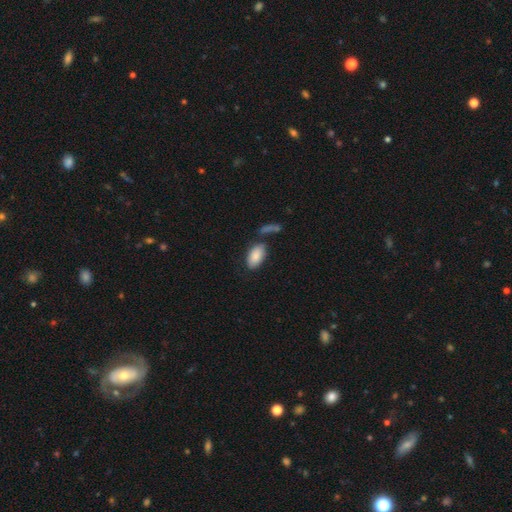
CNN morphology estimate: type=smooth (86%); roundness=in between (95%); merging=none (65%).